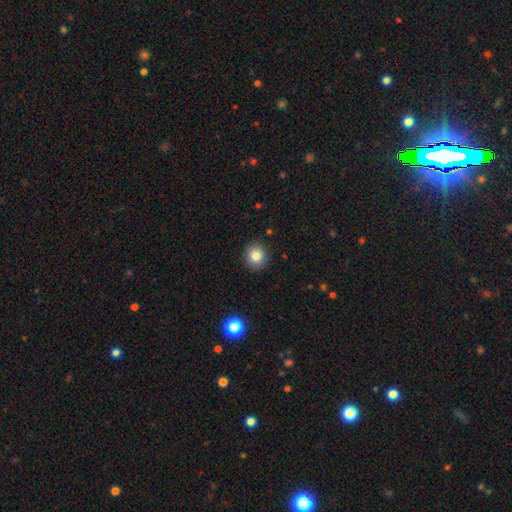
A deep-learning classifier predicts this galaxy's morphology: smooth 83%, star or artifact 10%, featured or disk 7%. Down the decision tree: how rounded — round (88%); merging — none (91%).